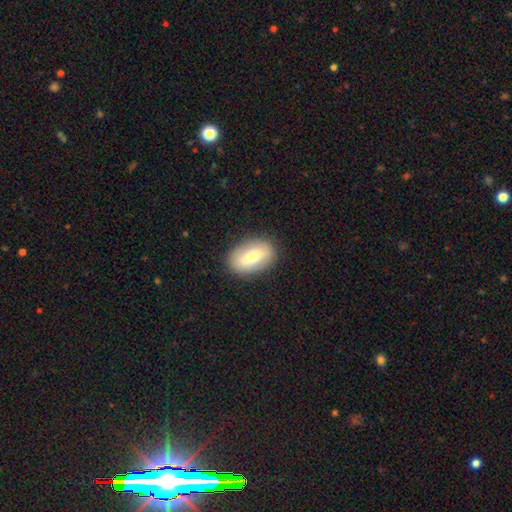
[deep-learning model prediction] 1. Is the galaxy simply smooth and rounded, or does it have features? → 67% smooth, 26% featured or disk, 7% star or artifact.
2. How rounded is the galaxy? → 89% in between, 8% round, 2% cigar-shaped.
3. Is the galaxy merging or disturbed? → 89% none, 8% minor disturbance, 2% major disturbance, 1% merger.